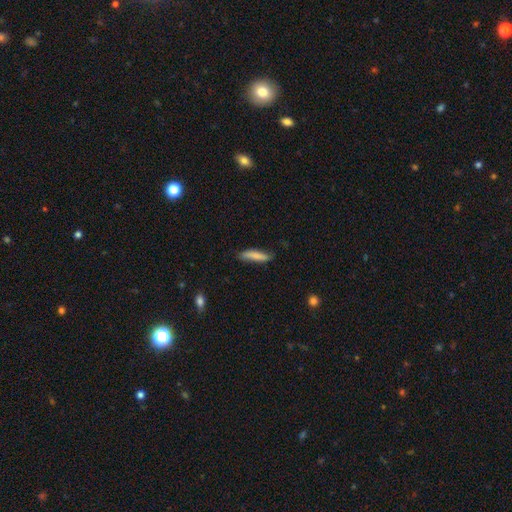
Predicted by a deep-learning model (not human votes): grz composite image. It shows a smooth galaxy with no disk features (80%) that is cigar-shaped (82%). Merging: none (76%).